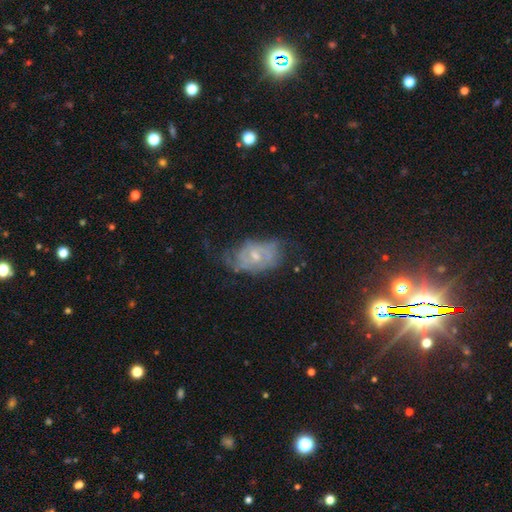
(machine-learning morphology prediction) The model was most divided on "bulge size": small: 51%, moderate: 43%, none: 3%, large: 2%, dominant: 1%. Remaining: edge-on disk — no (95%); spiral arms — yes (75%); smooth or featured — featured or disk (66%); bar — no (57%); merging — none (50%).